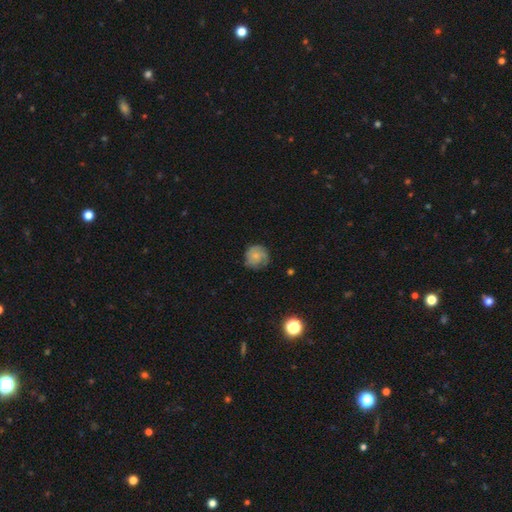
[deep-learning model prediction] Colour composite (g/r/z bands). It shows a featured or disk galaxy (47%). Merging: none (69%).